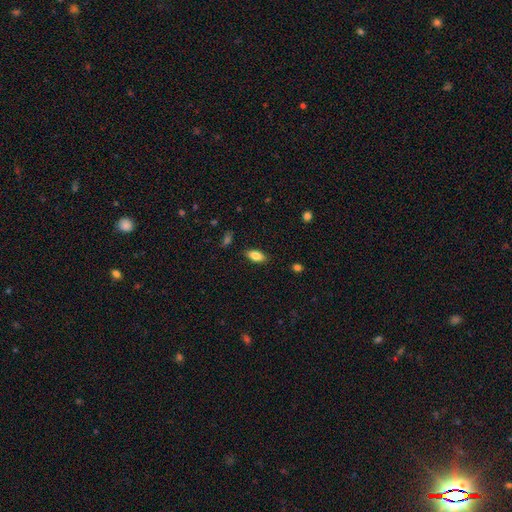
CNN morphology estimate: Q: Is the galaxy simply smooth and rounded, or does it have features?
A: smooth — 81%.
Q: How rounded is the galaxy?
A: in between — 87%.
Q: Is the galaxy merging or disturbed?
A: none — 86%.